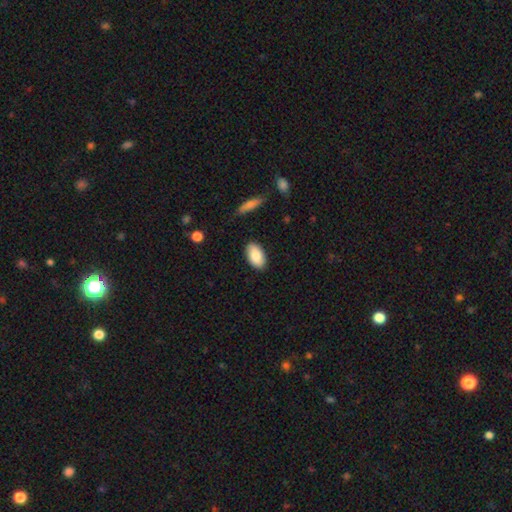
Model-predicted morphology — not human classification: type=smooth (84%); roundness=in between (94%); merging=none (86%).